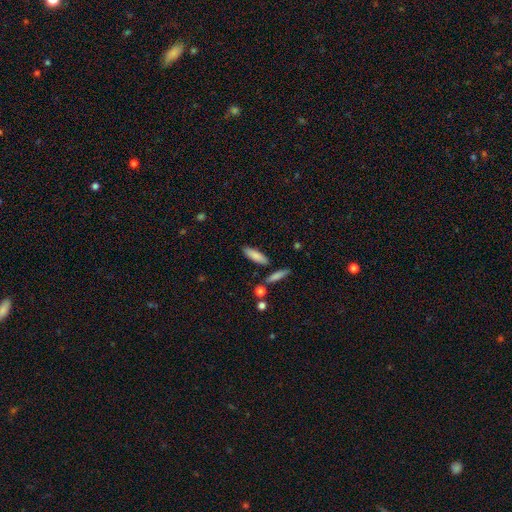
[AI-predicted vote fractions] This appears to be a smooth galaxy with no disk features (83%) that is cigar-shaped (54%). Merging: none (80%).